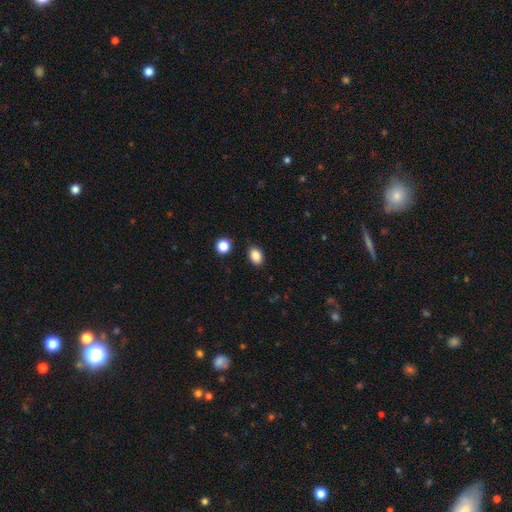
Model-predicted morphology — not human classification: Smooth or featured? Predicted: smooth (p=0.87). How rounded? Predicted: in between (p=0.76). Merging? Predicted: none (p=0.86).